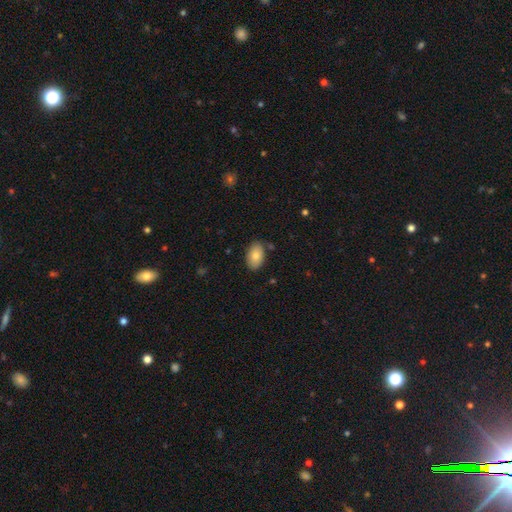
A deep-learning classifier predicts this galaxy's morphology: A smooth galaxy with no disk features (83%) that is in between round and cigar-shaped (92%).

Vote fractions:
- Smooth or featured? smooth: 83% / featured or disk: 10% / star or artifact: 7%
- How rounded? in between: 92% / round: 7% / cigar-shaped: 1%
- Merging? none: 83% / minor disturbance: 12% / merger: 2% / major disturbance: 2%